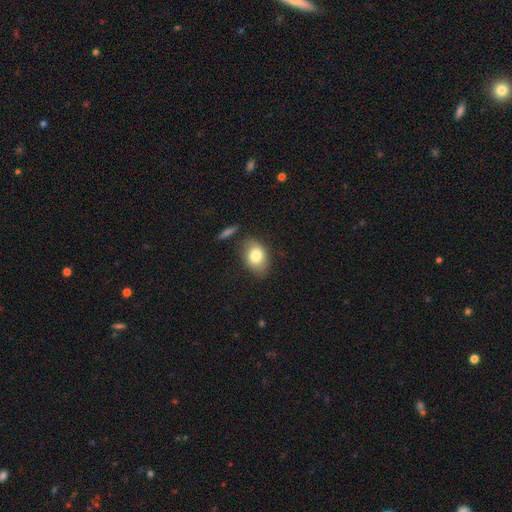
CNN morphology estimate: This appears to be a smooth galaxy with no disk features (80%) that is in between round and cigar-shaped (81%). Merging: none (74%).